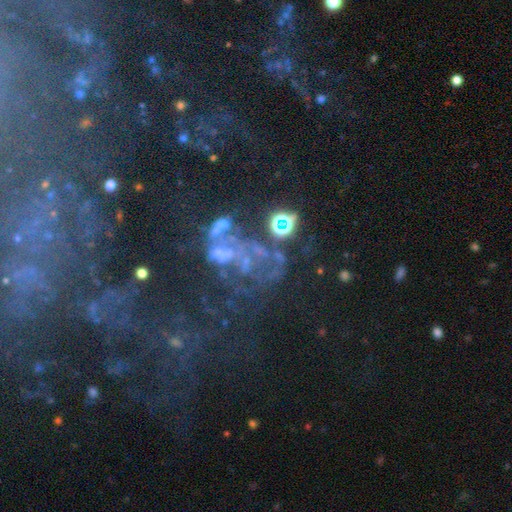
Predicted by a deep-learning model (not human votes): star or artifact 50%, featured or disk 33%, smooth 17%.